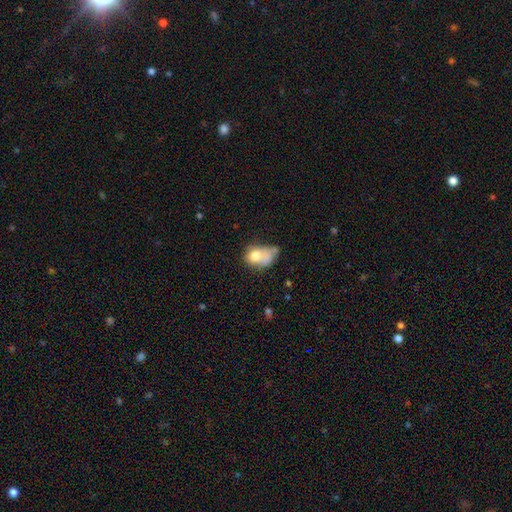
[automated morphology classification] type=smooth (71%); roundness=in between (65%); merging=merger (31%).